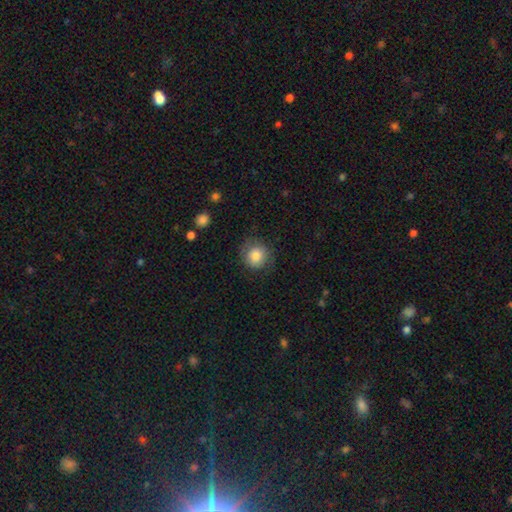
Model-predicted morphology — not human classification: smooth-or-featured: smooth: 80% | featured or disk: 12% | star or artifact: 8%
  how-rounded: round: 88% | in between: 11% | cigar-shaped: 1%
  merging: none: 76% | minor disturbance: 17% | major disturbance: 7% | merger: 1%